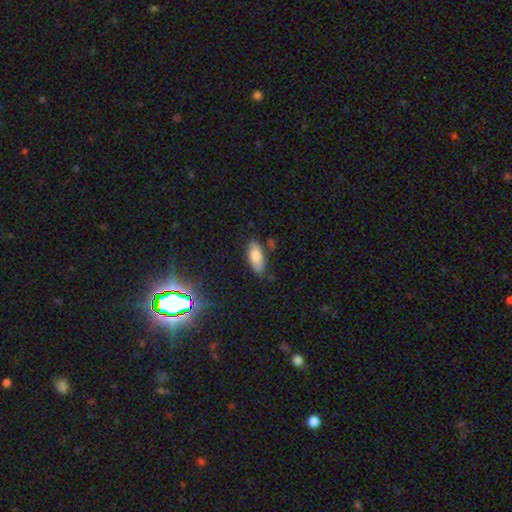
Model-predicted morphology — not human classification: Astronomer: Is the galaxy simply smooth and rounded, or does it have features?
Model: smooth — 79%.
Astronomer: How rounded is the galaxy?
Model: in between — 83%.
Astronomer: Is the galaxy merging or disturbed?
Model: none — 73%.